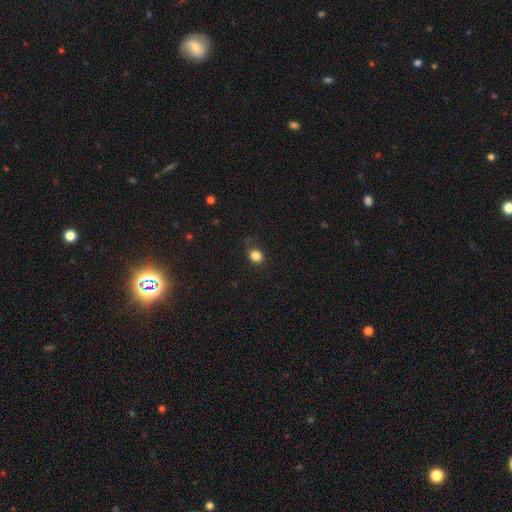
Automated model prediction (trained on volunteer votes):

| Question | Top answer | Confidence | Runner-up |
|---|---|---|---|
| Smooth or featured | smooth | 84% | star or artifact (12%) |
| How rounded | round | 73% | in between (26%) |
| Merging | none | 81% | minor disturbance (14%) |